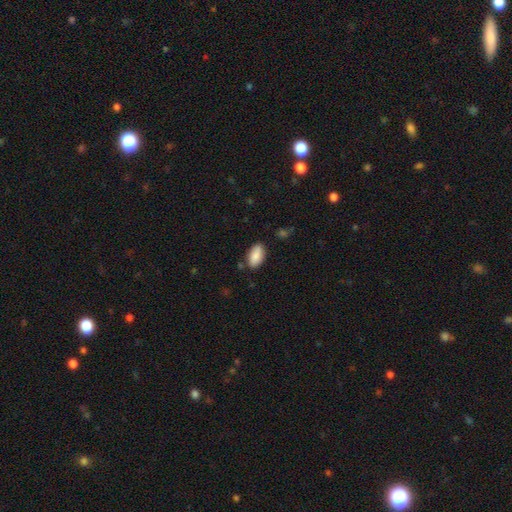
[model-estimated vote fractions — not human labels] smooth_or_featured: smooth (p=0.86) [alt: featured or disk p=0.07]
how_rounded: in between (p=0.93) [alt: round p=0.04]
merging: none (p=0.80) [alt: minor disturbance p=0.14]